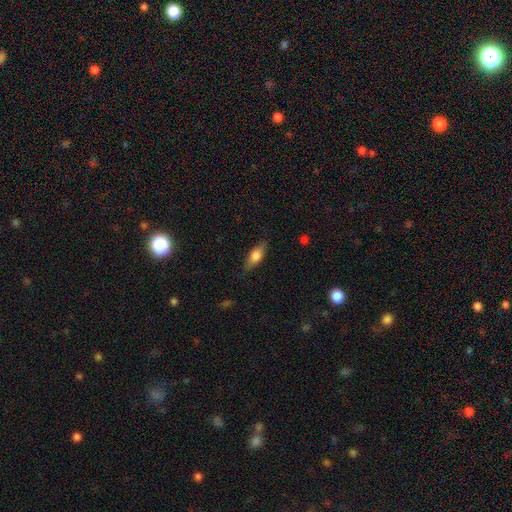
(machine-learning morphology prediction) Smooth or featured? smooth (65%)
How rounded? in between (71%)
Merging? none (80%)